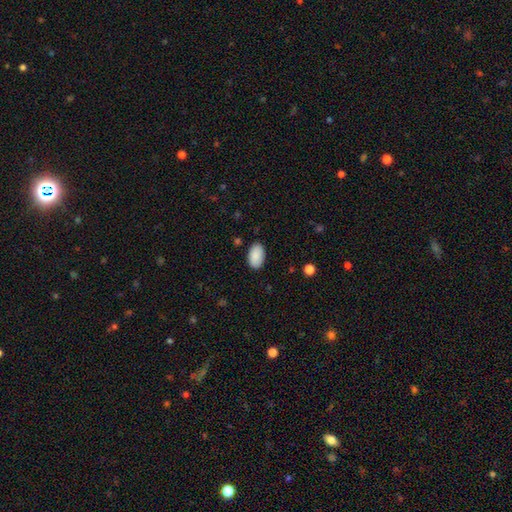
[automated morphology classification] Overall: smooth (90%). How rounded: in between (95%). Merging: none (87%).